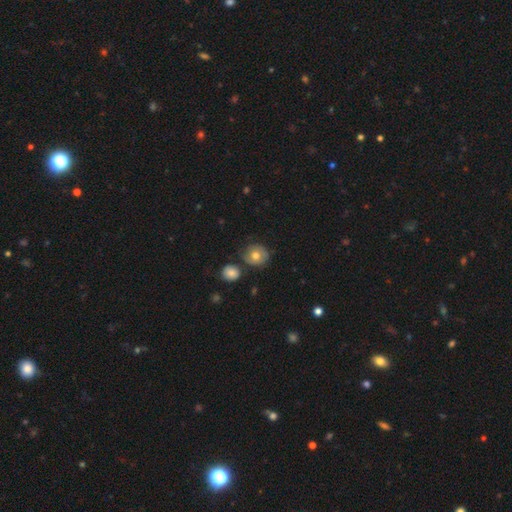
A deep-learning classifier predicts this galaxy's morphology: Smooth or featured? smooth (65%)
How rounded? round (79%)
Merging? none (68%)